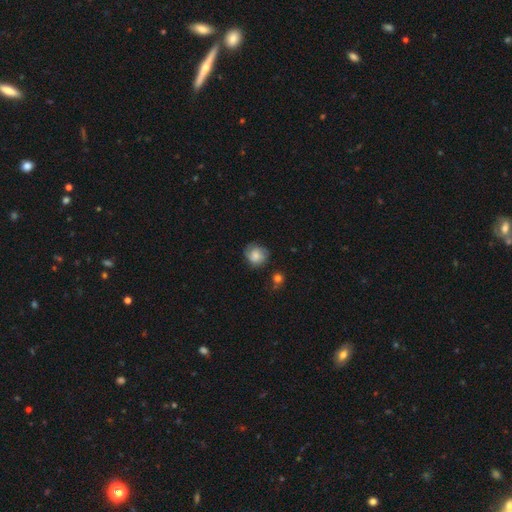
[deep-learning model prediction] Morphology: type=smooth (66%); roundness=round (79%); merging=none (66%).